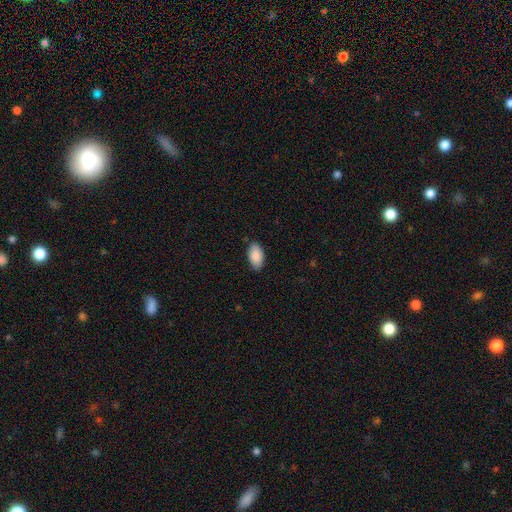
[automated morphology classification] A smooth galaxy with no disk features (89%) that is in between round and cigar-shaped (95%).

Vote fractions:
- Smooth or featured? smooth: 89% / star or artifact: 6% / featured or disk: 5%
- How rounded? in between: 95% / round: 3% / cigar-shaped: 2%
- Merging? none: 84% / minor disturbance: 12% / major disturbance: 2% / merger: 1%